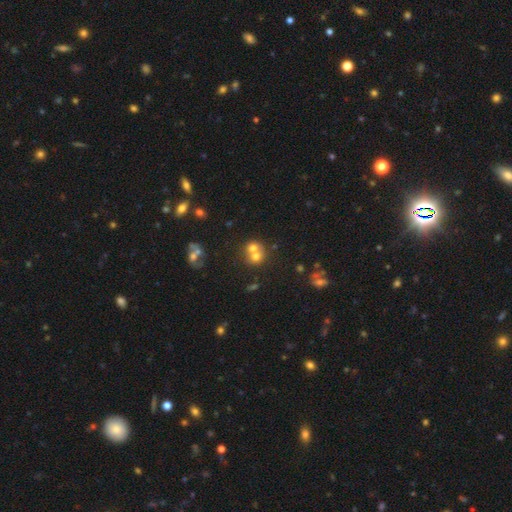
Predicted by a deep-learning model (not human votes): Smooth or featured? smooth (62%)
How rounded? round (77%)
Merging? merger (61%)